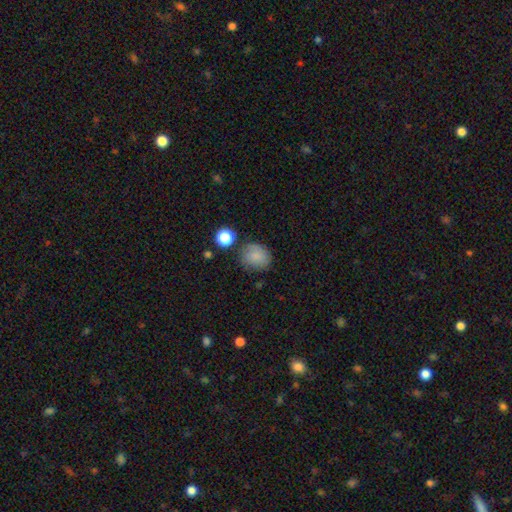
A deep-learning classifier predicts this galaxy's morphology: type=smooth (78%); roundness=round (71%); merging=none (73%).